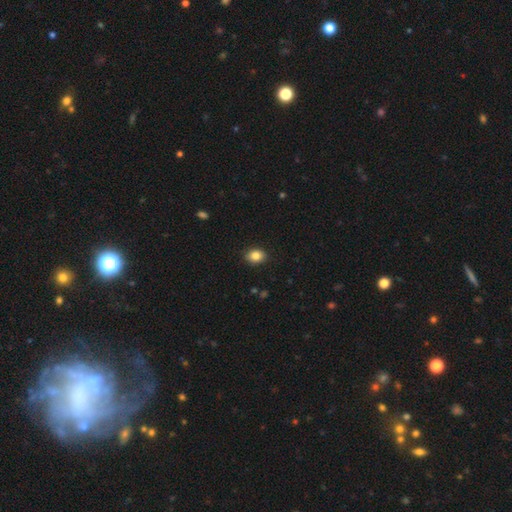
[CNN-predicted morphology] Q: Smooth or featured?
A: smooth (85%); runner-up: star or artifact (9%)
Q: How rounded?
A: in between (65%); runner-up: round (34%)
Q: Merging?
A: none (89%); runner-up: minor disturbance (8%)